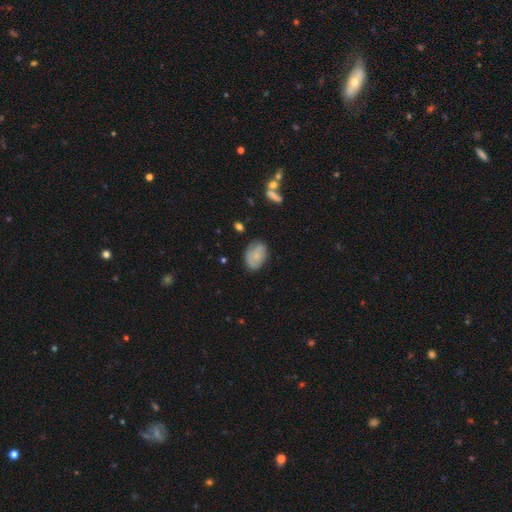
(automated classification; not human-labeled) Smooth or featured? smooth (70%)
How rounded? in between (85%)
Merging? none (70%)